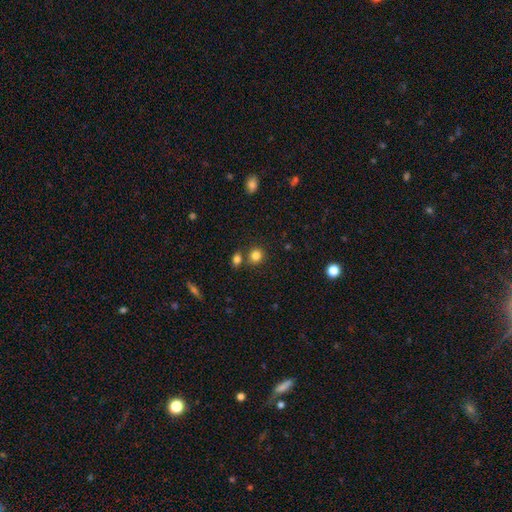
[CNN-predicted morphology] smooth-or-featured: smooth: 82% | star or artifact: 12% | featured or disk: 6%
  how-rounded: round: 81% | in between: 18% | cigar-shaped: 1%
  merging: none: 70% | merger: 19% | minor disturbance: 9% | major disturbance: 3%